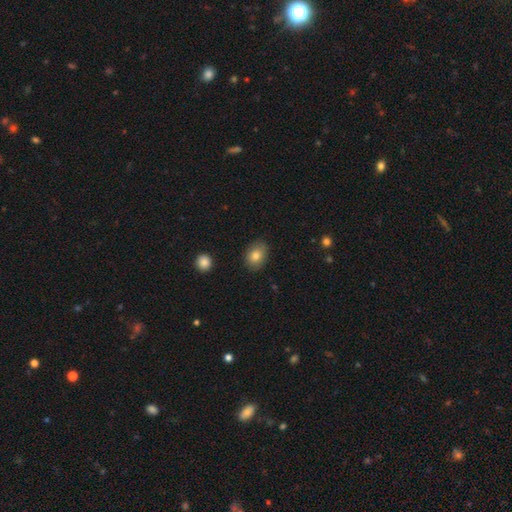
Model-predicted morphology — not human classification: smooth-or-featured: smooth: 81% | featured or disk: 11% | star or artifact: 8%
  how-rounded: in between: 66% | round: 33% | cigar-shaped: 1%
  merging: none: 84% | minor disturbance: 12% | major disturbance: 2% | merger: 1%